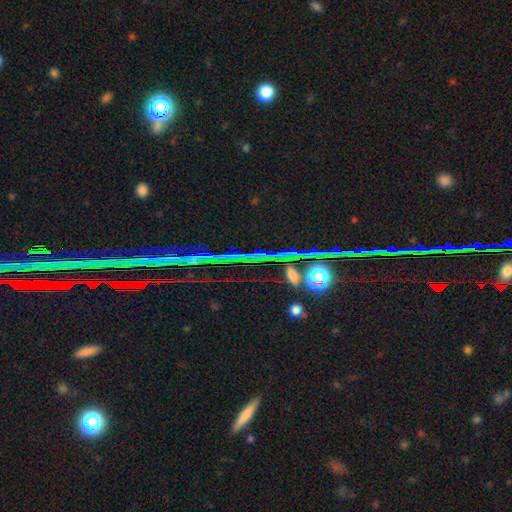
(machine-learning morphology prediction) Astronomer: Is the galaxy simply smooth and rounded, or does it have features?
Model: star or artifact — 76%.